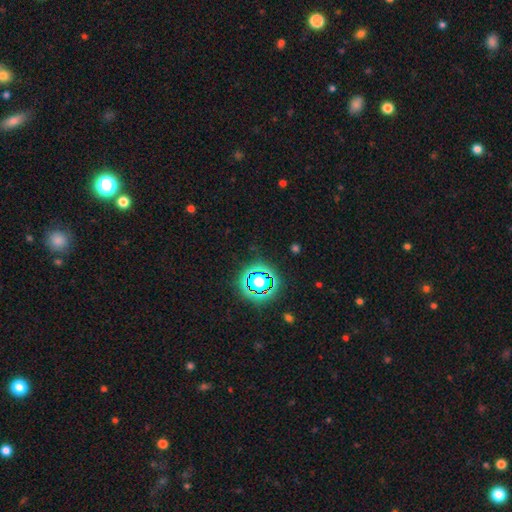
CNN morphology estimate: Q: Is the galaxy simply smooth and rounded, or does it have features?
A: star or artifact — 77%.